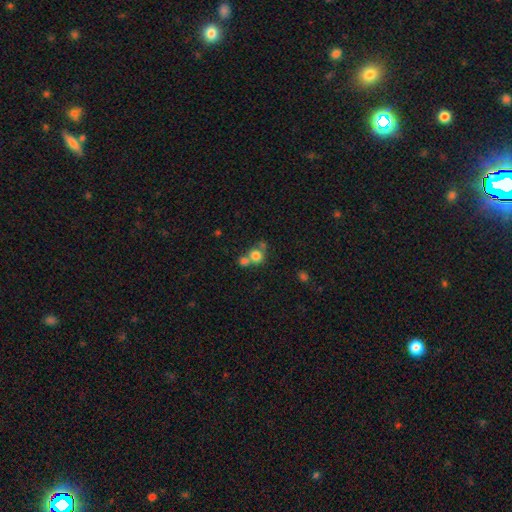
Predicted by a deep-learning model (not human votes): smooth-or-featured: smooth: 77% | star or artifact: 12% | featured or disk: 11%
  how-rounded: round: 84% | in between: 15% | cigar-shaped: 1%
  merging: merger: 46% | none: 41% | minor disturbance: 8% | major disturbance: 5%